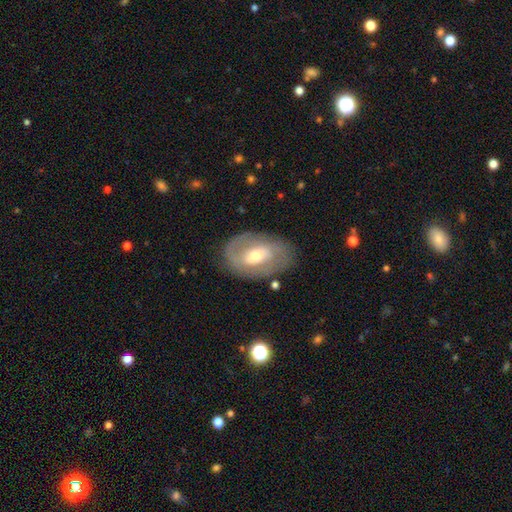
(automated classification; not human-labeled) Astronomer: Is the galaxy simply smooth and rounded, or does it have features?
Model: featured or disk — 67%.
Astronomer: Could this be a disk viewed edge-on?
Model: no — 94%.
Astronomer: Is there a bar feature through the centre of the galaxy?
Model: weak — 43% (runner-up: no, 37%).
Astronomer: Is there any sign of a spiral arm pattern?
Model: yes — 70%.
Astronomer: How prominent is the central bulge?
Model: moderate — 58% (runner-up: small, 34%).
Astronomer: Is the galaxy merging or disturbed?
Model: none — 77%.